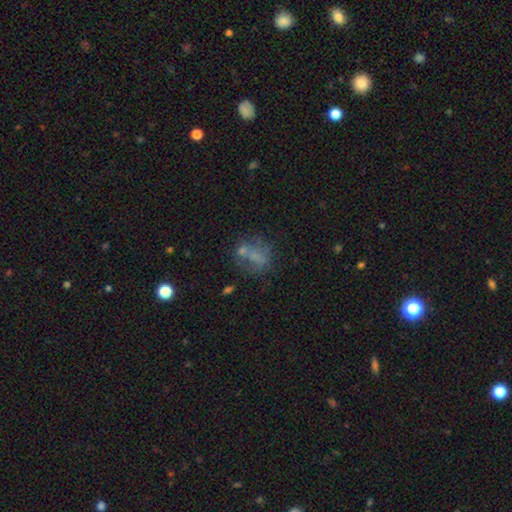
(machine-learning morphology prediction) type=smooth (51%); roundness=in between (61%); merging=none (39%).